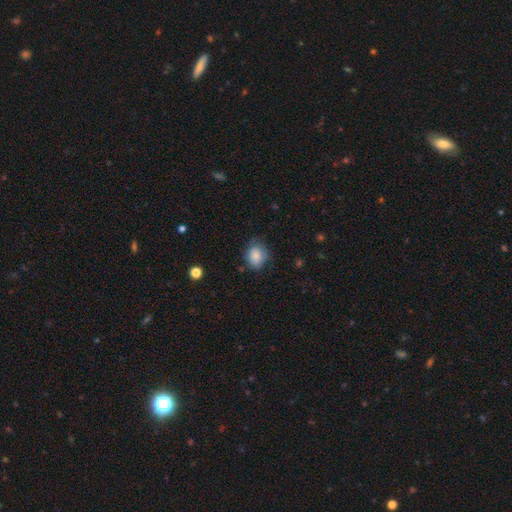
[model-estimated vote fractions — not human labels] Smooth or featured: smooth — 83% (featured or disk — 9%)
How rounded: round — 50% (in between — 49%)
Merging: none — 64% (minor disturbance — 27%)